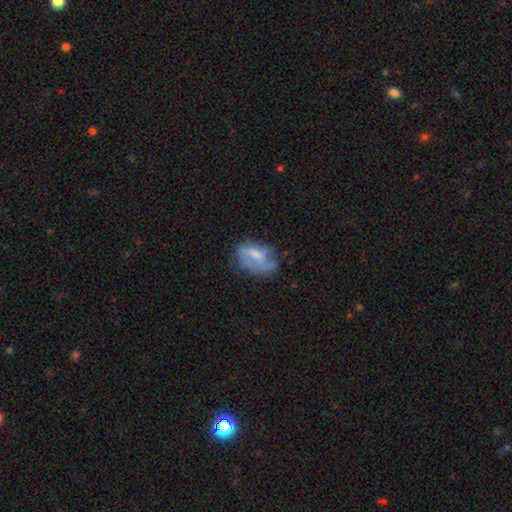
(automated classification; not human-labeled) This appears to be a smooth galaxy with no disk features (46%, tied with featured or disk). Merging: none (41%).